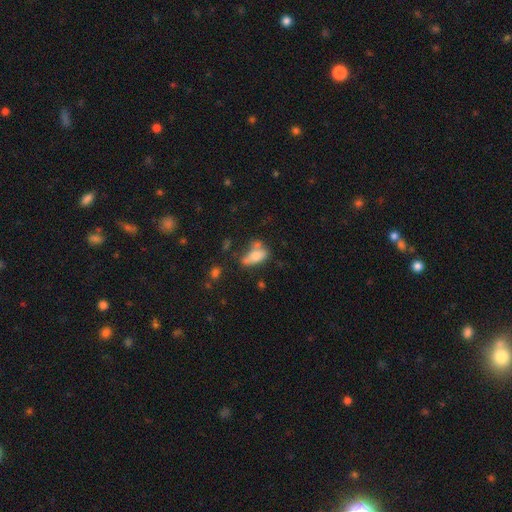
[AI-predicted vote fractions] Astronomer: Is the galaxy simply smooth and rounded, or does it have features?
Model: smooth — 66%.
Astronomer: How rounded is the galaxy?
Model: in between — 81%.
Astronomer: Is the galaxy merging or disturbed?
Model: none — 41% (runner-up: minor disturbance, 24%).